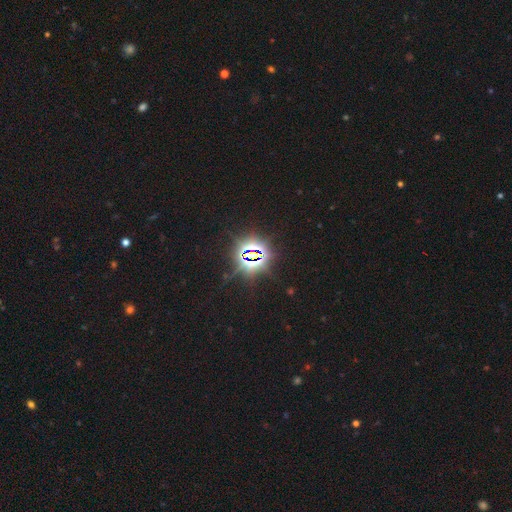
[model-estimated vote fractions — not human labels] The model was most divided on "smooth or featured": star or artifact: 84%, smooth: 9%, featured or disk: 8%.